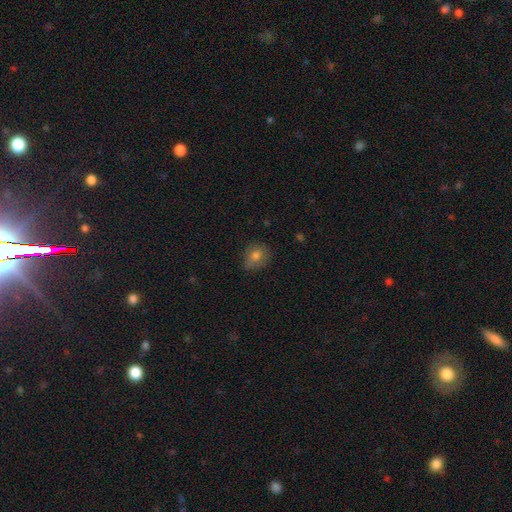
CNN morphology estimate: This appears to be a smooth galaxy with no disk features (76%) that is round (63%). Merging: none (65%).